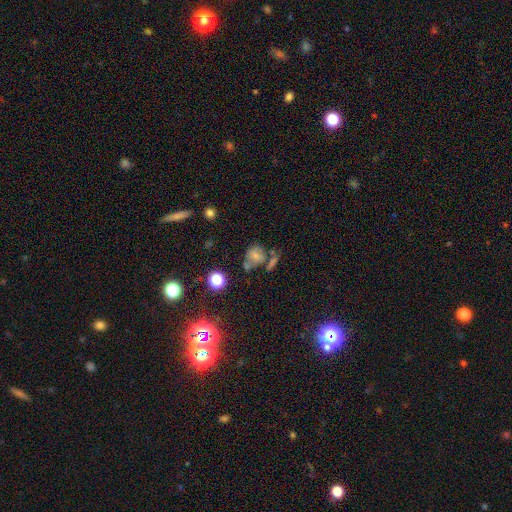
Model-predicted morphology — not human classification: smooth-or-featured: smooth: 59% | star or artifact: 21% | featured or disk: 20%
  how-rounded: round: 64% | in between: 34% | cigar-shaped: 2%
  merging: none: 46% | merger: 26% | minor disturbance: 18% | major disturbance: 10%